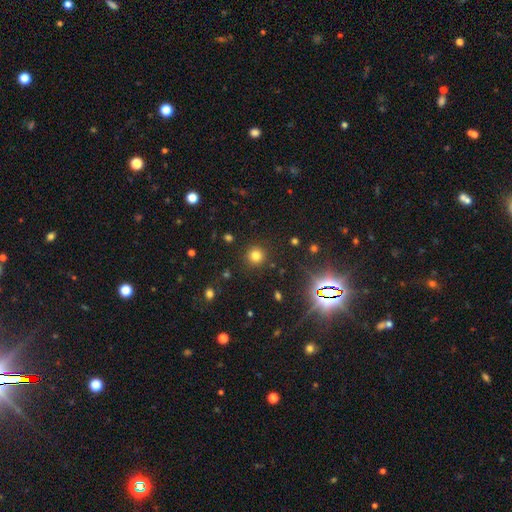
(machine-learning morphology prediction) A smooth galaxy with no disk features (76%) that is round (94%).

Vote fractions:
- Smooth or featured? smooth: 76% / star or artifact: 18% / featured or disk: 6%
- How rounded? round: 94% / in between: 5% / cigar-shaped: 1%
- Merging? none: 90% / minor disturbance: 6% / major disturbance: 3% / merger: 2%